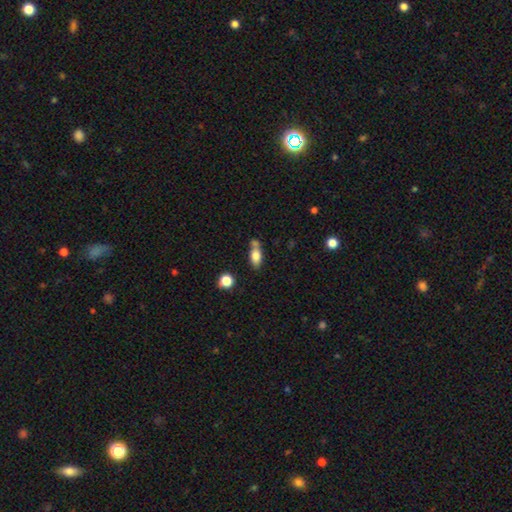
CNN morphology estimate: Overall: smooth (77%). How rounded: in between (82%). Merging: none (51%; merger 28%).